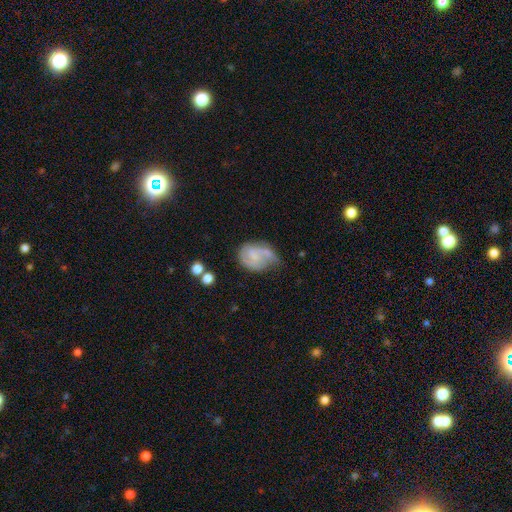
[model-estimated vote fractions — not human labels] Overall: featured or disk (65%; smooth 28%). Edge-on disk: no (98%). Bar: no (53%; weak 39%). Spiral arms: yes (85%). Spiral arm count: 2 (63%). Spiral winding: medium (45%; tight 31%). Bulge size: small (56%; none 24%). Merging: none (42%; minor disturbance 33%).